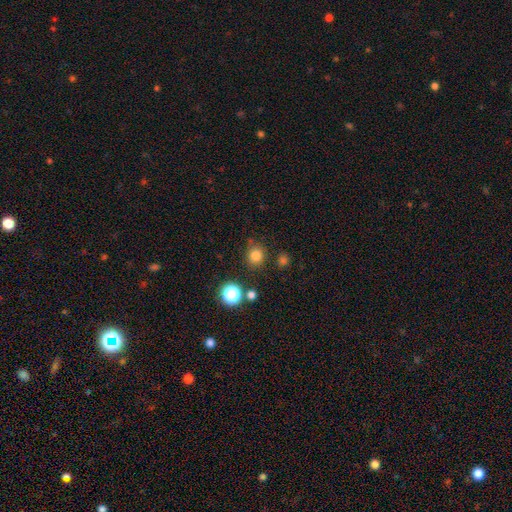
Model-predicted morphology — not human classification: Smooth or featured? Predicted: smooth (p=0.79). How rounded? Predicted: round (p=0.88). Merging? Predicted: none (p=0.82).